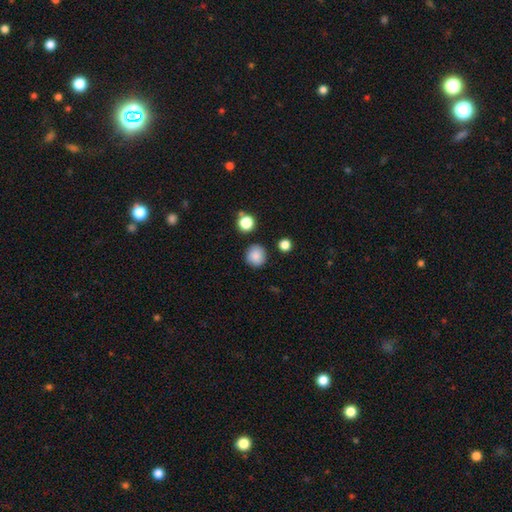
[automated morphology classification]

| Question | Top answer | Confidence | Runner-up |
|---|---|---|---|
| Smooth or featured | smooth | 85% | star or artifact (10%) |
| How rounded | round | 93% | in between (6%) |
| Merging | none | 86% | minor disturbance (9%) |